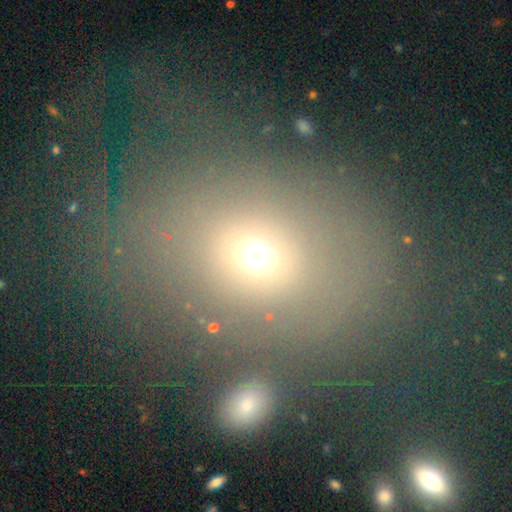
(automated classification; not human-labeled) Morphology: type=smooth (63%); roundness=in between (54%); merging=none (57%).